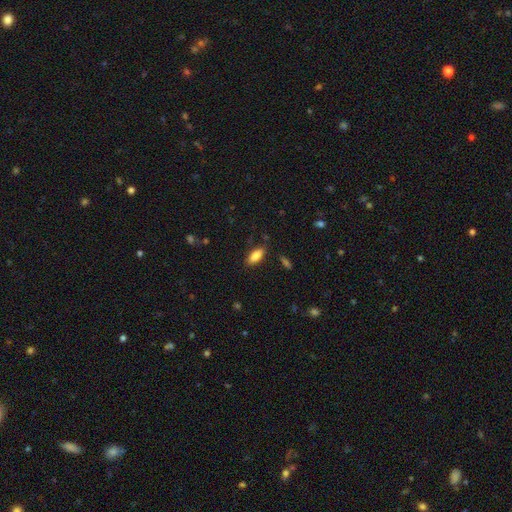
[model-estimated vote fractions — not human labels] The model was most divided on "how rounded": in between: 79%, cigar-shaped: 19%, round: 2%. More confident: merging — none (85%); smooth or featured — smooth (83%).